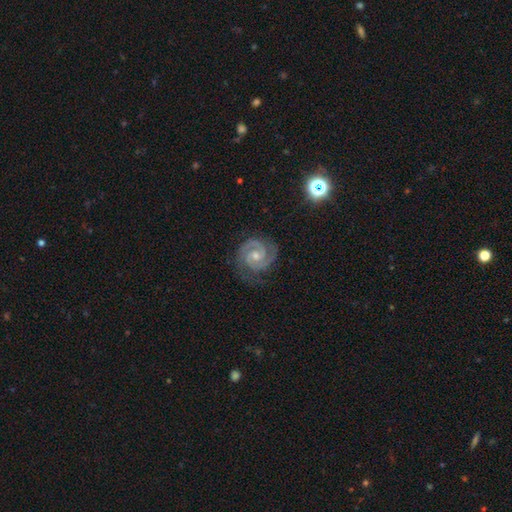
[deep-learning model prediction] Smooth or featured: featured or disk — 91% (star or artifact — 6%)
Edge-on disk: no — 98% (yes — 2%)
Bar: no — 64% (weak — 28%)
Spiral arms: yes — 99% (no — 1%)
Spiral winding: tight — 70% (medium — 27%)
Spiral arm count: 2 — 82% (3 — 10%)
Bulge size: small — 50% (moderate — 47%)
Merging: none — 80% (minor disturbance — 14%)